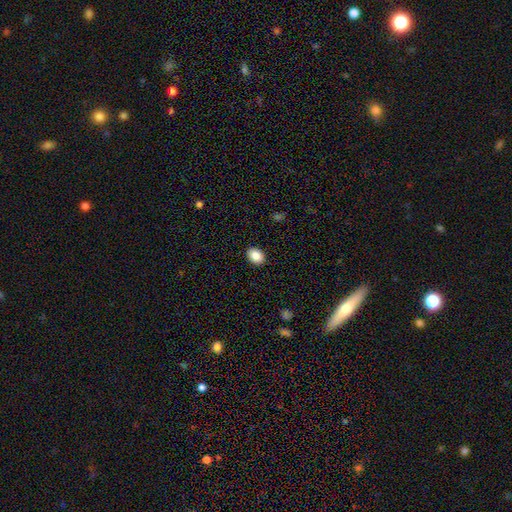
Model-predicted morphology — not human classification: smooth 88%, star or artifact 8%, featured or disk 4%. Down the decision tree: how rounded — in between (72%); merging — none (90%).